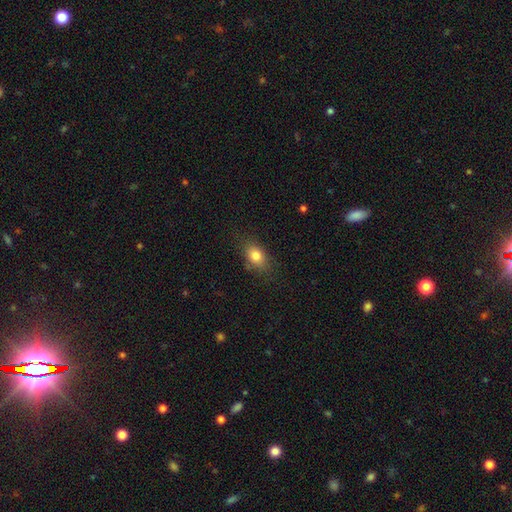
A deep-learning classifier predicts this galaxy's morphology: A smooth galaxy with no disk features (81%) that is in between round and cigar-shaped (75%). Merging: none (78%).